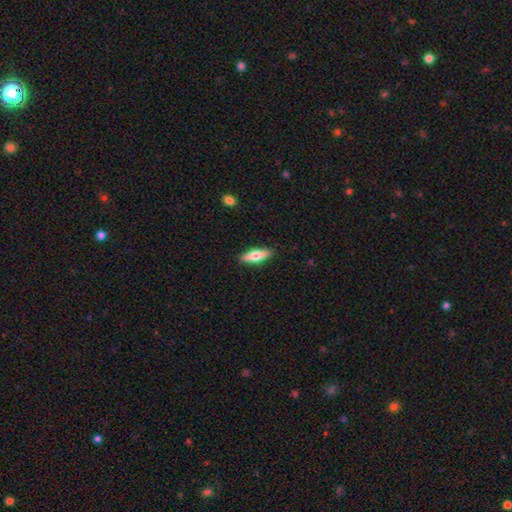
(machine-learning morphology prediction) type=smooth (58%); roundness=cigar-shaped (57%); merging=none (90%).